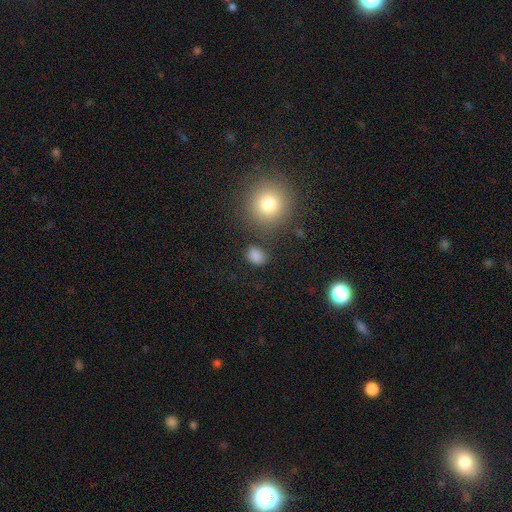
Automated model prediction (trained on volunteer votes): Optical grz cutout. It shows a smooth galaxy with no disk features (83%) that is in between round and cigar-shaped (59%). Merging: none (78%).